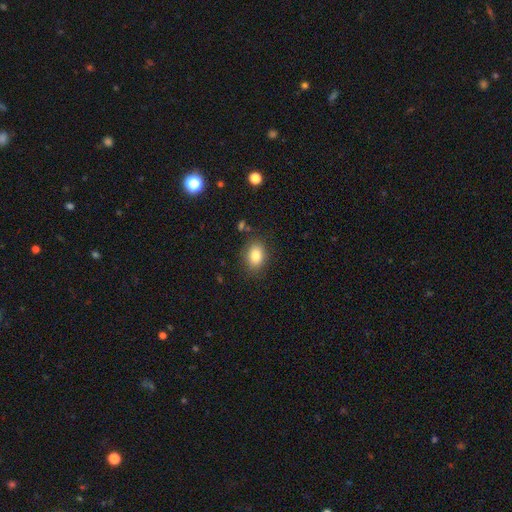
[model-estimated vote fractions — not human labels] The model was most divided on "how rounded": in between: 68%, round: 31%, cigar-shaped: 1%. More confident: merging — none (83%); smooth or featured — smooth (82%).